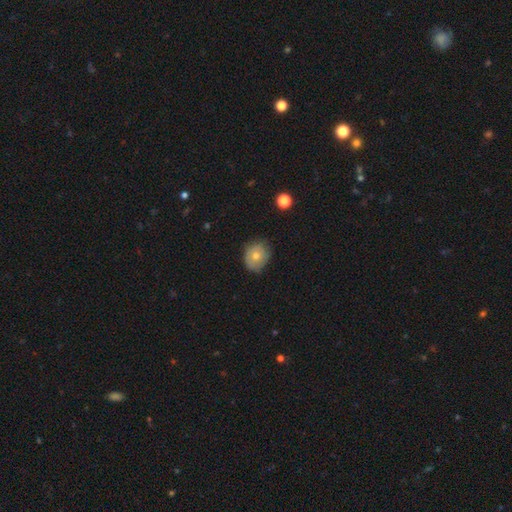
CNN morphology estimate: This appears to be a smooth galaxy with no disk features (63%) that is round (70%). Merging: none (75%).